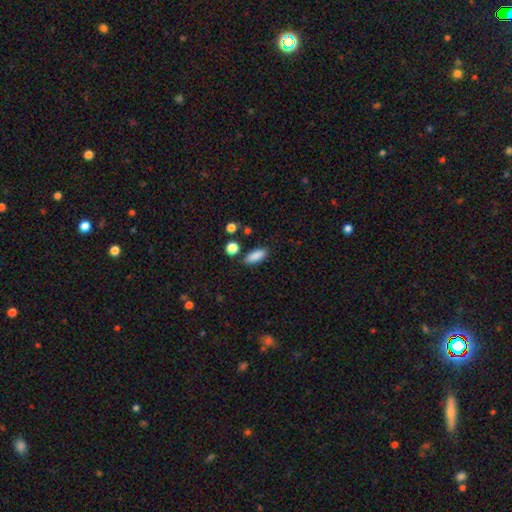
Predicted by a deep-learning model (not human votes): Smooth or featured? smooth (87%)
How rounded? in between (77%)
Merging? none (81%)